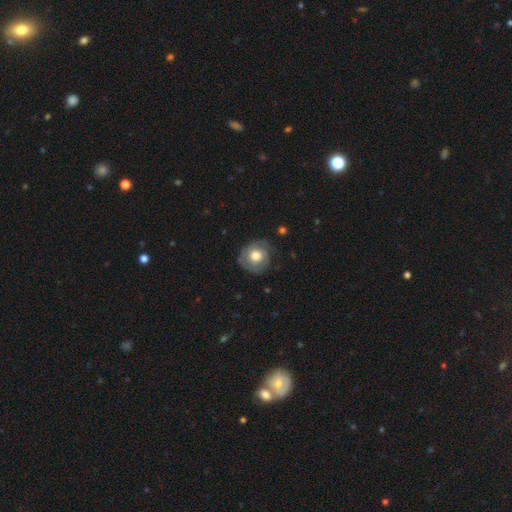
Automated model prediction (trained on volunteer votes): smooth_or_featured: smooth (p=0.53) [alt: featured or disk p=0.39]
how_rounded: round (p=0.87) [alt: in between p=0.12]
merging: none (p=0.68) [alt: minor disturbance p=0.22]